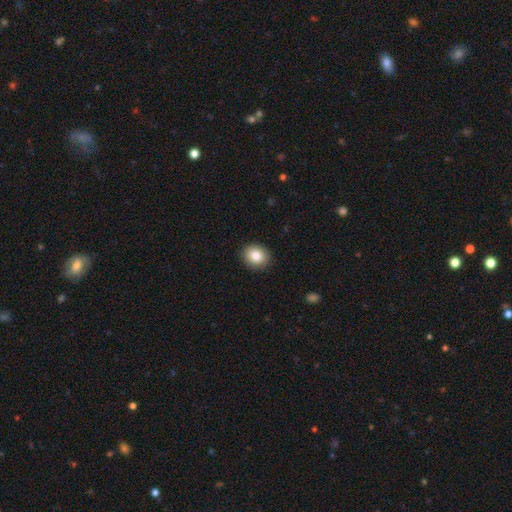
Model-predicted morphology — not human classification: The model was most divided on "how rounded": round: 68%, in between: 32%, cigar-shaped: 1%. More confident: merging — none (89%); smooth or featured — smooth (85%).